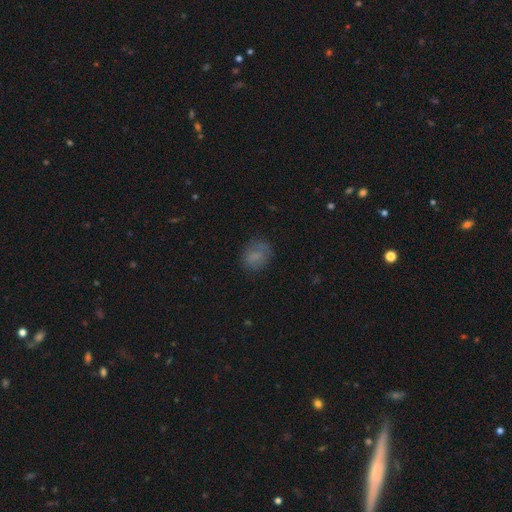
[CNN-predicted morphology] smooth_or_featured: smooth (p=0.72) [alt: featured or disk p=0.15]
how_rounded: round (p=0.54) [alt: in between p=0.44]
merging: none (p=0.71) [alt: minor disturbance p=0.19]